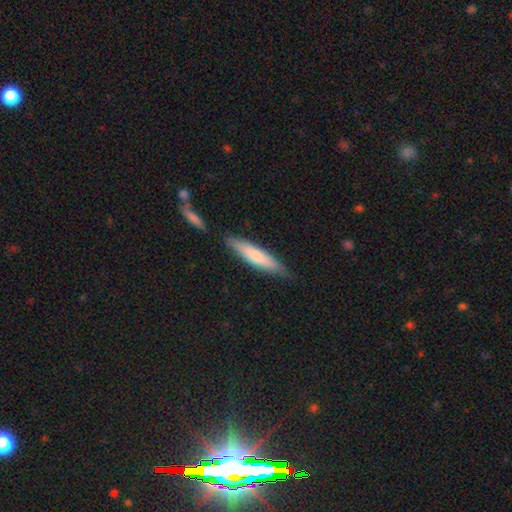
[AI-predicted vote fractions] Morphology: type=smooth (69%); roundness=cigar-shaped (84%); merging=none (81%).